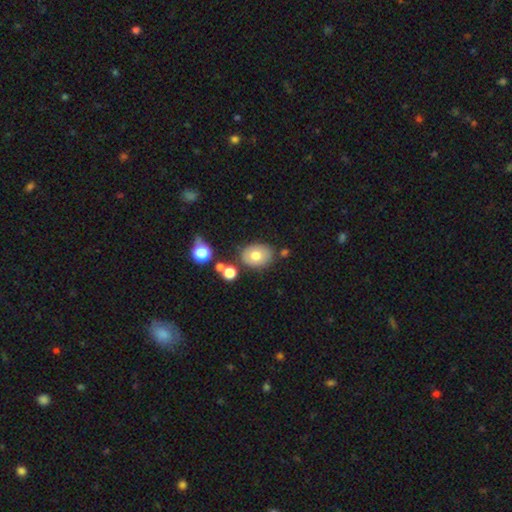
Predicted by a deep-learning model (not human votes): This is likely a smooth galaxy (71%). How rounded: likely in between (67%). Merging: likely none (74%).